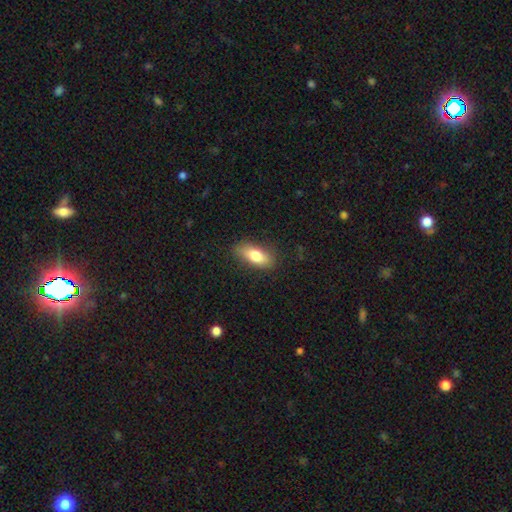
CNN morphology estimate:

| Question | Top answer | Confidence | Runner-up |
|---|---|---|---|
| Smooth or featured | smooth | 77% | featured or disk (16%) |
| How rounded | in between | 79% | cigar-shaped (17%) |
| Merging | none | 83% | minor disturbance (12%) |